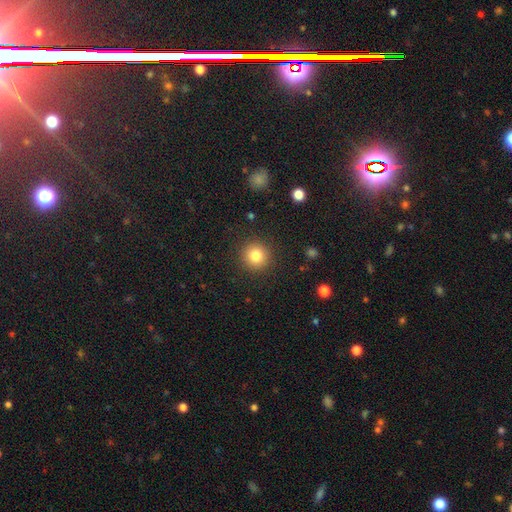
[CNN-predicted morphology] type=smooth (82%); roundness=round (94%); merging=none (91%).